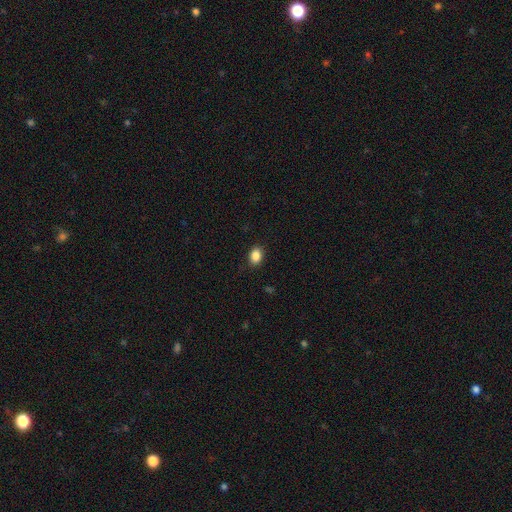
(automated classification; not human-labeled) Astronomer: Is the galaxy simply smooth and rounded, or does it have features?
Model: smooth — 87%.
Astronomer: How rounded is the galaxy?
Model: in between — 70%.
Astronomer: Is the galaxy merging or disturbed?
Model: none — 87%.